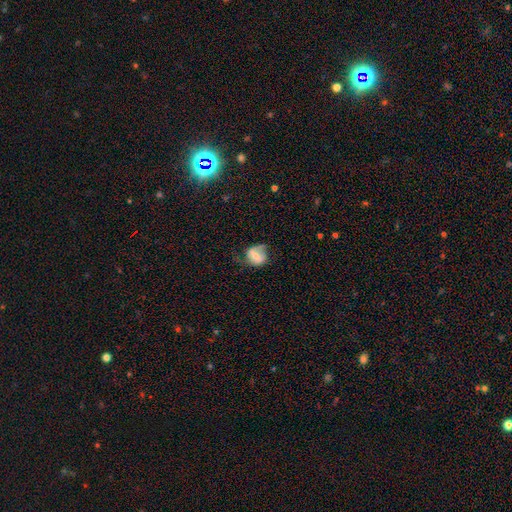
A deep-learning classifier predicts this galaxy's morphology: A featured or disk galaxy (51%). Merging: none (51%).